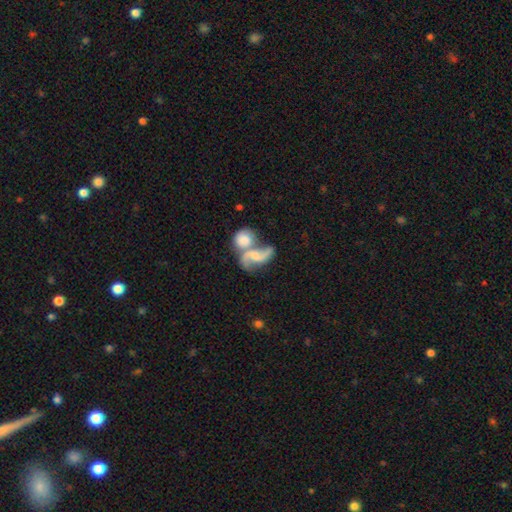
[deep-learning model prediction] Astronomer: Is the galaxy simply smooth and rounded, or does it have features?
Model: featured or disk — 76%.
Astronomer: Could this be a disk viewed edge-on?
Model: no — 97%.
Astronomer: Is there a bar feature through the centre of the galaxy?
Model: no — 49% (runner-up: weak, 39%).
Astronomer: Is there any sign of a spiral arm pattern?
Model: yes — 92%.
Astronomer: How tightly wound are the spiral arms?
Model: loose — 69%.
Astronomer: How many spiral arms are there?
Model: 2 — 89%.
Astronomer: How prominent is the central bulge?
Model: small — 40% (runner-up: moderate, 32%).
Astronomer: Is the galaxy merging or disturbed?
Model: merger — 61%.